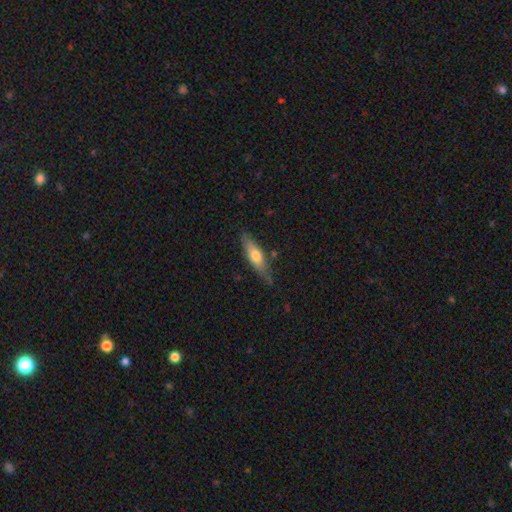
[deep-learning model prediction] Overall: smooth (55%; featured or disk 39%). How rounded: cigar-shaped (60%; in between 38%). Merging: none (74%).